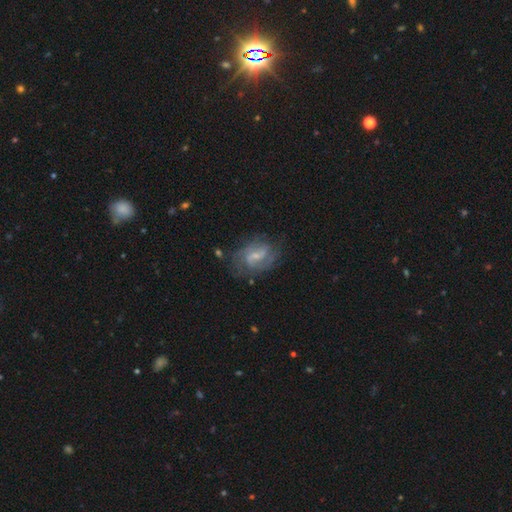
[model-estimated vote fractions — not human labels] Smooth or featured: featured or disk — 76% (smooth — 17%)
Edge-on disk: no — 97% (yes — 3%)
Bar: weak — 57% (strong — 22%)
Spiral arms: yes — 88% (no — 12%)
Spiral winding: medium — 46% (tight — 28%)
Spiral arm count: 2 — 65% (can't tell — 20%)
Bulge size: small — 59% (moderate — 29%)
Merging: none — 63% (minor disturbance — 21%)